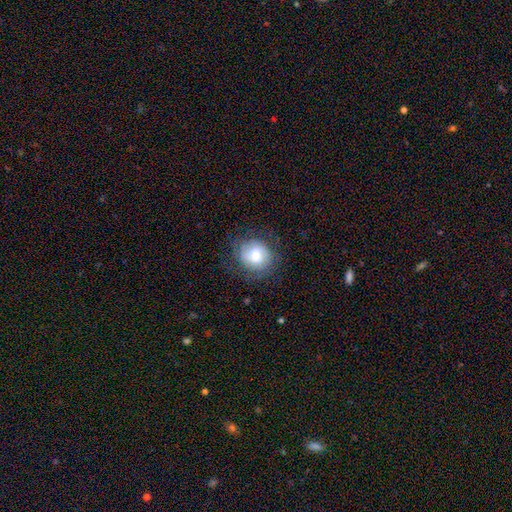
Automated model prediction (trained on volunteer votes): Smooth or featured? Predicted: smooth (p=0.66). How rounded? Predicted: round (p=0.82). Merging? Predicted: none (p=0.70).